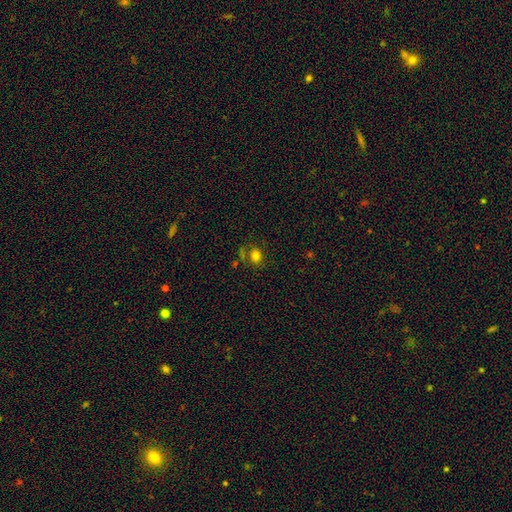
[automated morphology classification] smooth-or-featured: smooth: 73% | star or artifact: 17% | featured or disk: 11%
  how-rounded: in between: 50% | round: 49% | cigar-shaped: 1%
  merging: none: 60% | minor disturbance: 17% | merger: 12% | major disturbance: 10%